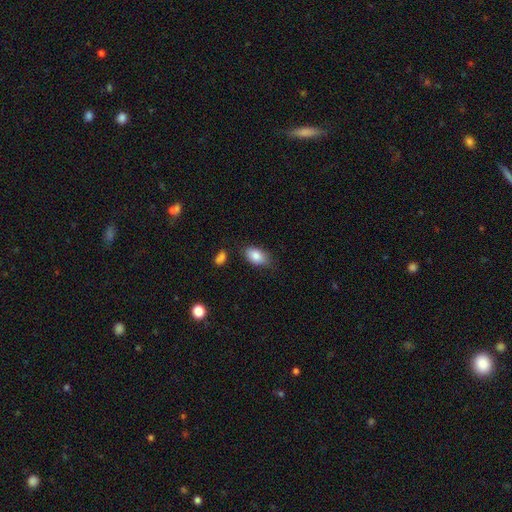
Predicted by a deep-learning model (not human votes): Smooth or featured?
  - smooth: 85% *
  - featured or disk: 8%
  - star or artifact: 7%
How rounded?
  - in between: 92% *
  - round: 6%
  - cigar-shaped: 2%
Merging?
  - none: 76% *
  - minor disturbance: 17%
  - major disturbance: 4%
  - merger: 3%